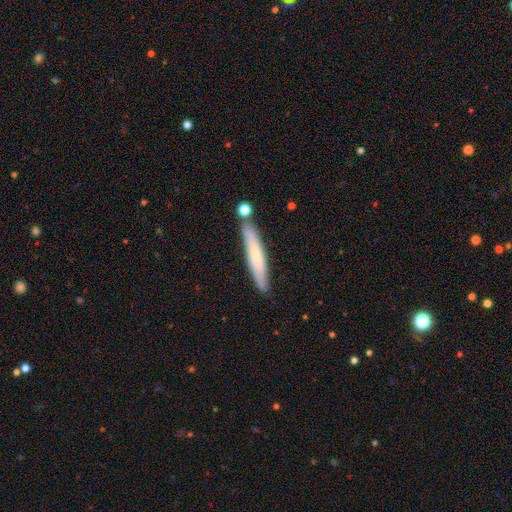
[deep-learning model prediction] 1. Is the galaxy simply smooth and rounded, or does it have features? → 60% smooth, 35% featured or disk, 6% star or artifact.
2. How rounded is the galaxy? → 91% cigar-shaped, 8% in between, 1% round.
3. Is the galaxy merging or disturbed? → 78% none, 12% minor disturbance, 8% merger, 2% major disturbance.